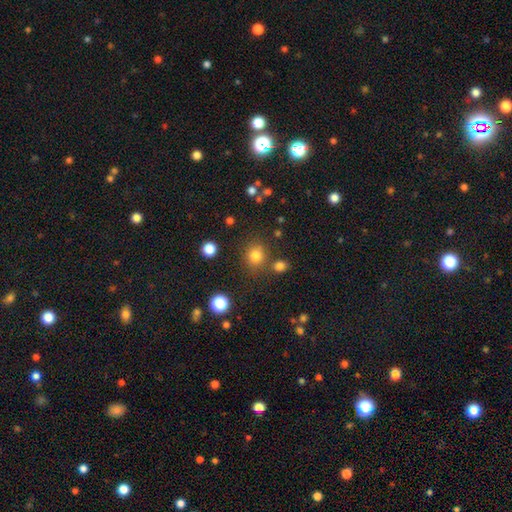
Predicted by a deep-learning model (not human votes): Morphology: type=smooth (80%); roundness=round (85%); merging=none (78%).